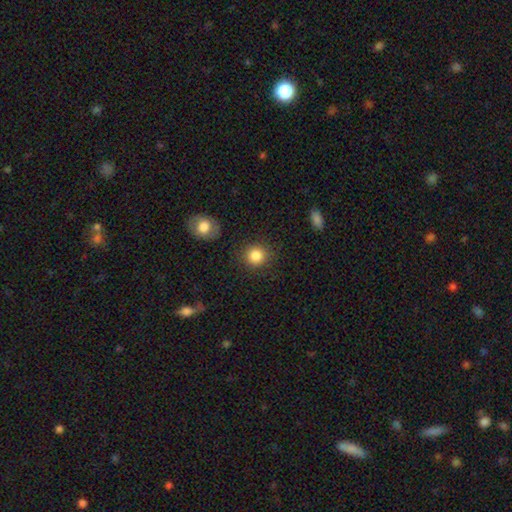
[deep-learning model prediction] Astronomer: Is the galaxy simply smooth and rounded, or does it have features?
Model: smooth — 85%.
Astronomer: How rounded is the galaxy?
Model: round — 90%.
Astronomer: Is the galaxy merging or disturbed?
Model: none — 87%.